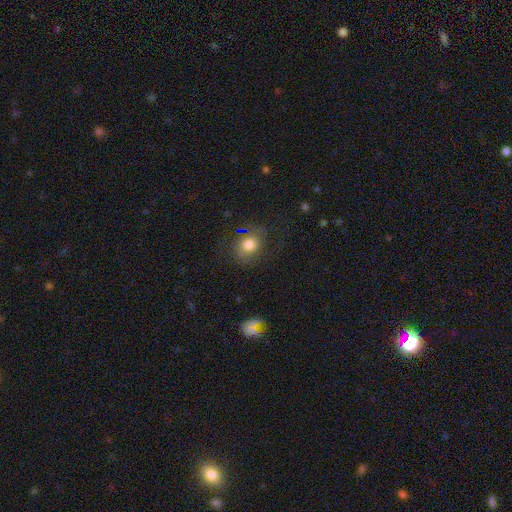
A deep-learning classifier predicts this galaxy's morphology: A smooth galaxy with no disk features (60%) that is round (70%). Merging: none (75%).